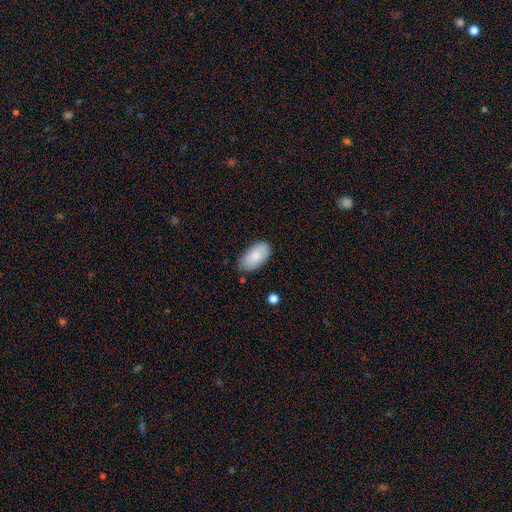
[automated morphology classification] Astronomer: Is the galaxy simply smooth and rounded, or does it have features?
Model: smooth — 83%.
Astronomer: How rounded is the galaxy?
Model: in between — 95%.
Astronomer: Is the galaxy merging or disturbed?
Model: none — 75%.